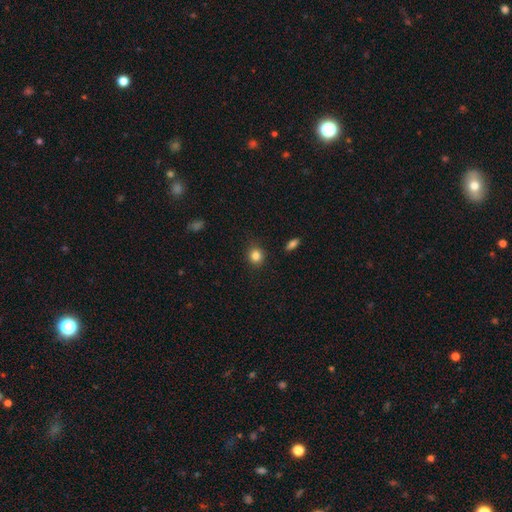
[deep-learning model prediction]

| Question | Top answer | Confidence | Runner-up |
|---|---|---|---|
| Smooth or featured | smooth | 84% | star or artifact (11%) |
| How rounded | round | 80% | in between (19%) |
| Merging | none | 86% | minor disturbance (10%) |